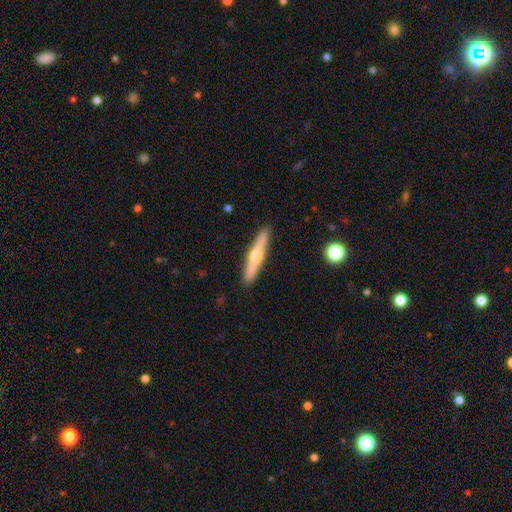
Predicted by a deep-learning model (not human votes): smooth_or_featured: featured or disk (p=0.58) [alt: smooth p=0.37]
disk_edge_on: yes (p=0.95) [alt: no p=0.05]
edge_on_bulge: rounded (p=0.92) [alt: none p=0.06]
merging: none (p=0.91) [alt: minor disturbance p=0.06]